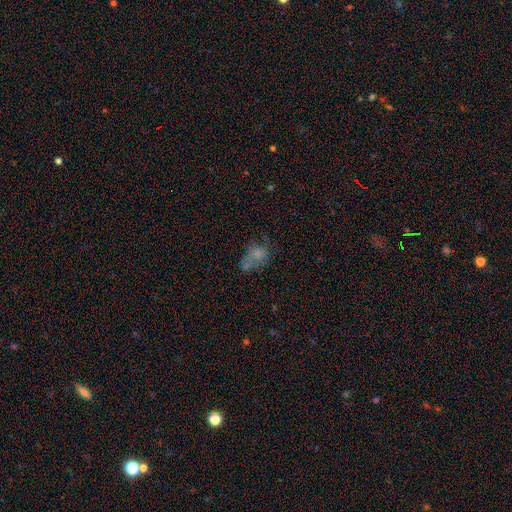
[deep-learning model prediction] smooth-or-featured: smooth: 56% | featured or disk: 26% | star or artifact: 18%
  how-rounded: in between: 64% | round: 34% | cigar-shaped: 2%
  merging: none: 33% | merger: 25% | major disturbance: 22% | minor disturbance: 20%